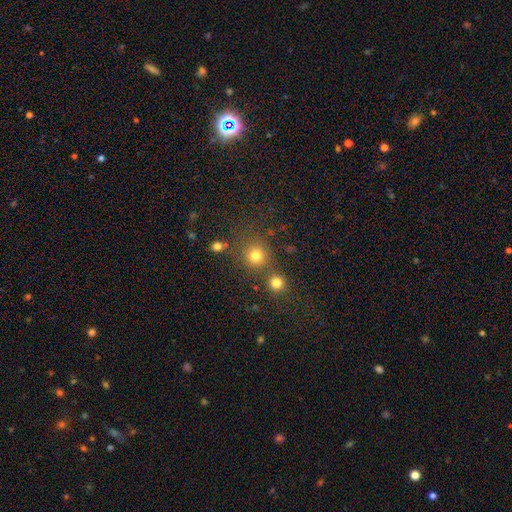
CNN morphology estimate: This appears to be a smooth galaxy with no disk features (78%) that is round (91%). Merging: none (70%).